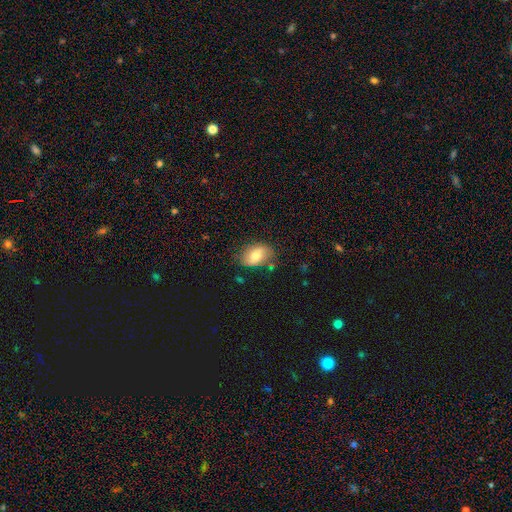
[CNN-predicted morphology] Overall: smooth (68%). How rounded: in between (83%). Merging: none (71%).